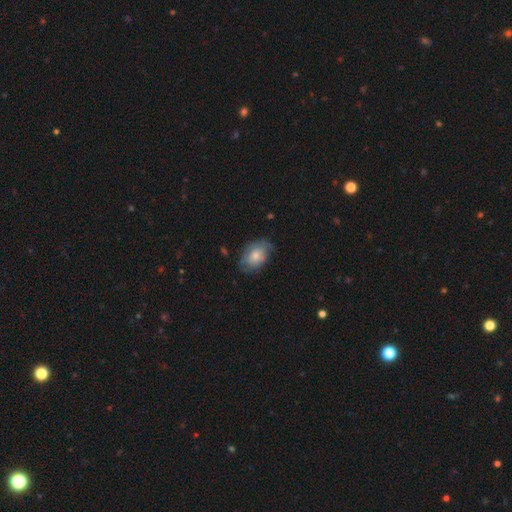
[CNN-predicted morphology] A smooth galaxy with no disk features (68%) that is in between round and cigar-shaped (85%).

Vote fractions:
- Smooth or featured? smooth: 68% / featured or disk: 25% / star or artifact: 7%
- How rounded? in between: 85% / round: 14% / cigar-shaped: 1%
- Merging? none: 63% / minor disturbance: 28% / major disturbance: 8% / merger: 1%